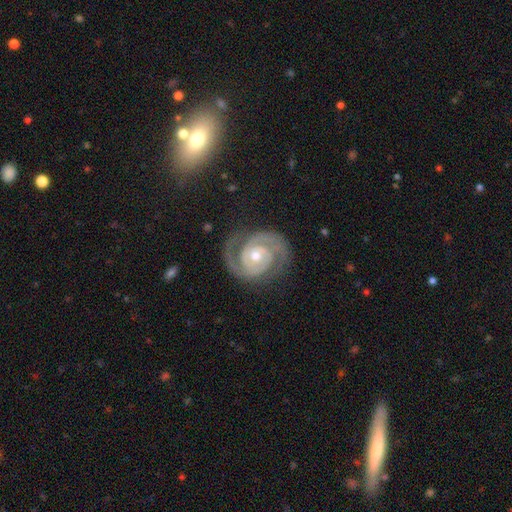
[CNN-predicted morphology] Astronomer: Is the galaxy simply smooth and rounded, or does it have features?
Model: featured or disk — 92%.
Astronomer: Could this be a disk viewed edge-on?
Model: no — 98%.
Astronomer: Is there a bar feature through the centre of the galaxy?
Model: no — 66%.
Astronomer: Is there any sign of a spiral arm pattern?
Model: yes — 98%.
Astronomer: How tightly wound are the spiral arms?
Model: tight — 65%.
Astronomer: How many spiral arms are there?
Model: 2 — 92%.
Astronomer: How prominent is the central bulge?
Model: moderate — 59% (runner-up: small, 37%).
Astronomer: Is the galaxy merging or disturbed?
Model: none — 80%.